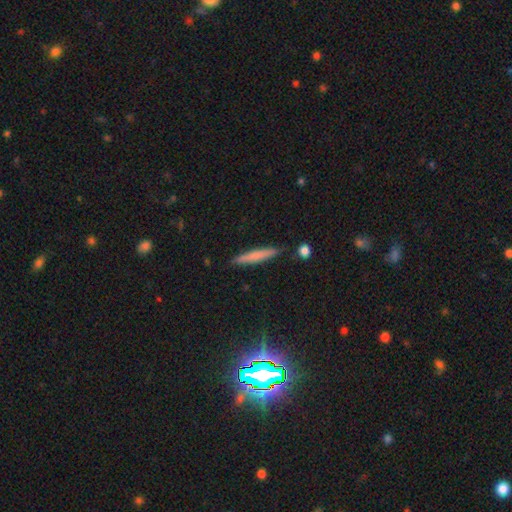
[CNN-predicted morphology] Smooth or featured?
  - smooth: 68% *
  - featured or disk: 25%
  - star or artifact: 7%
How rounded?
  - cigar-shaped: 95% *
  - in between: 4%
  - round: 1%
Merging?
  - none: 87% *
  - minor disturbance: 9%
  - merger: 2%
  - major disturbance: 2%